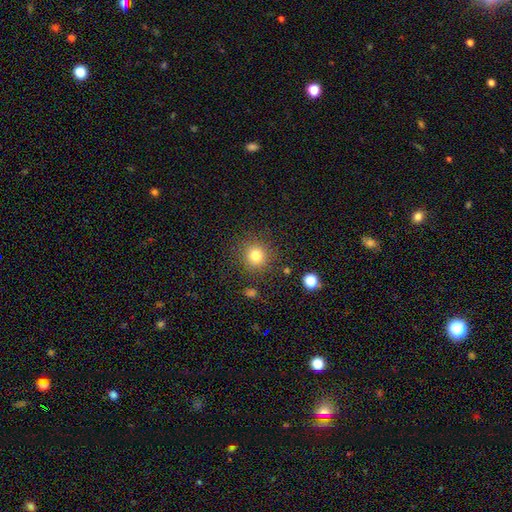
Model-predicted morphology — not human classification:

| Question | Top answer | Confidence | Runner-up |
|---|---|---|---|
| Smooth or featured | smooth | 81% | star or artifact (13%) |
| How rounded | round | 92% | in between (7%) |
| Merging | none | 86% | minor disturbance (8%) |